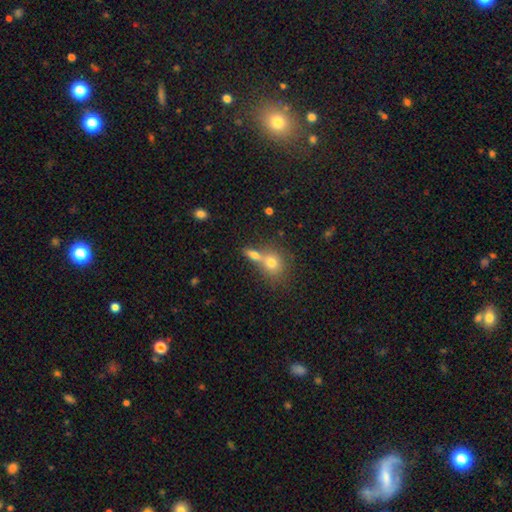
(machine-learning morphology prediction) This appears to be a smooth galaxy with no disk features (69%) that is round (60%). Merging: merger (48%).